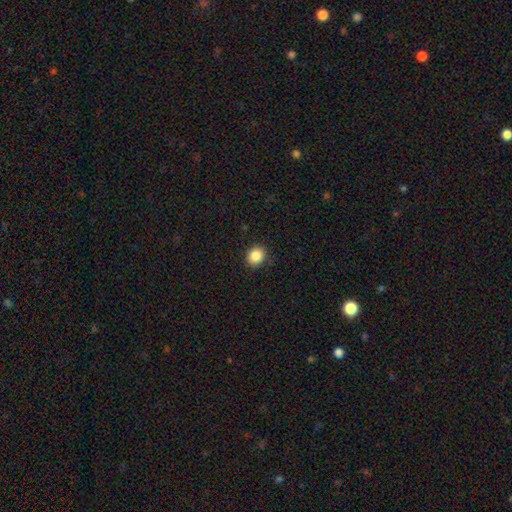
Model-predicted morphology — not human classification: smooth 86%, star or artifact 10%, featured or disk 4%. Down the decision tree: how rounded — round (75%); merging — none (88%).